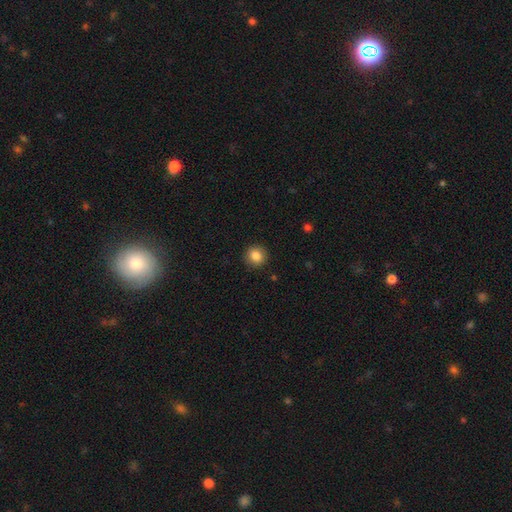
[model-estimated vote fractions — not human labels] A smooth galaxy with no disk features (86%) that is round (90%).

Vote fractions:
- Smooth or featured? smooth: 86% / star or artifact: 10% / featured or disk: 5%
- How rounded? round: 90% / in between: 9% / cigar-shaped: 1%
- Merging? none: 91% / minor disturbance: 6% / major disturbance: 2% / merger: 1%